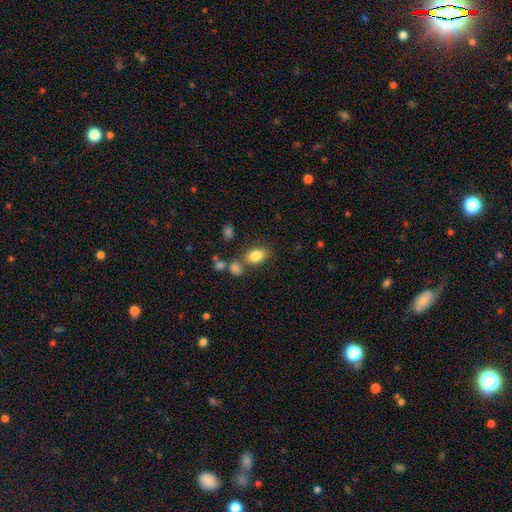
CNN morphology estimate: Smooth or featured? smooth (83%)
How rounded? in between (82%)
Merging? none (68%)